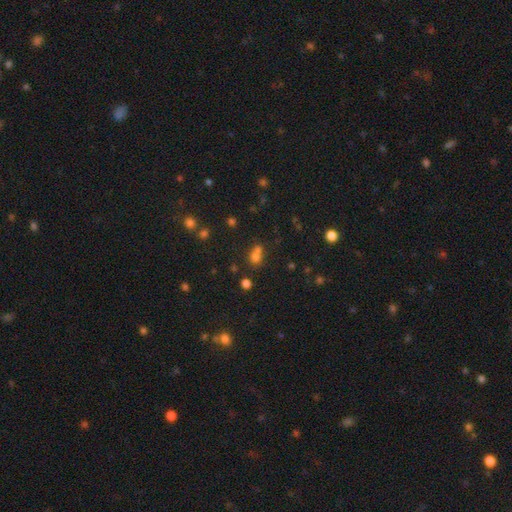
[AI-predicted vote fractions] smooth_or_featured: smooth (p=0.66) [alt: star or artifact p=0.23]
how_rounded: round (p=0.74) [alt: in between p=0.25]
merging: merger (p=0.48) [alt: none p=0.40]